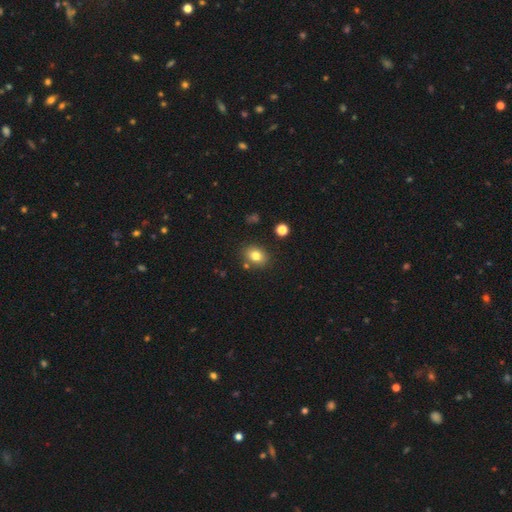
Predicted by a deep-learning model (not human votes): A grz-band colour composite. It shows a smooth galaxy with no disk features (80%) that is in between round and cigar-shaped (59%). Merging: none (82%).